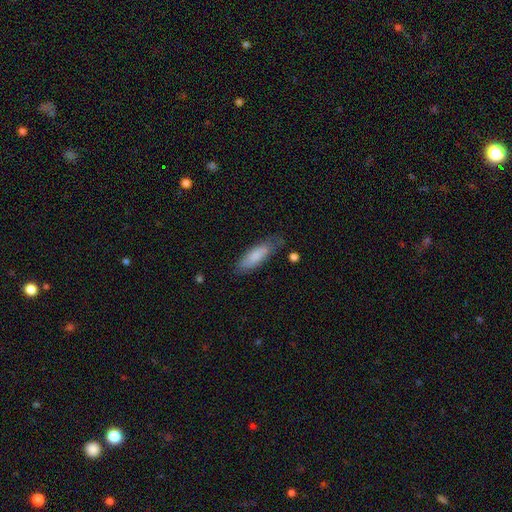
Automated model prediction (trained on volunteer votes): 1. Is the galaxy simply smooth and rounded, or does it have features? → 78% smooth, 16% featured or disk, 6% star or artifact.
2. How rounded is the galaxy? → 57% in between, 42% cigar-shaped, 2% round.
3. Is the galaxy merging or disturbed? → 68% none, 24% minor disturbance, 6% major disturbance, 2% merger.